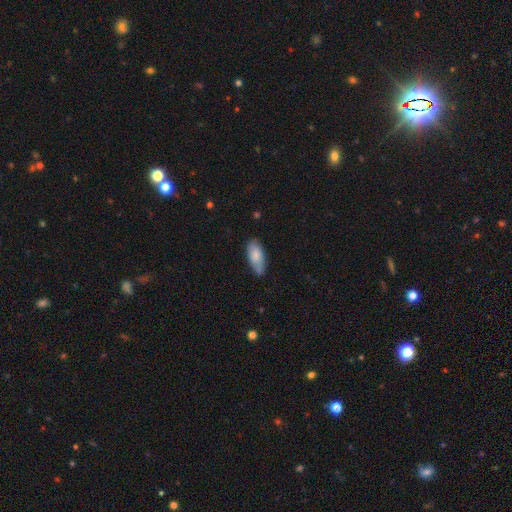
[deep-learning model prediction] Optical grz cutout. It shows a smooth galaxy with no disk features (80%) that is in between round and cigar-shaped (84%). Merging: none (66%).